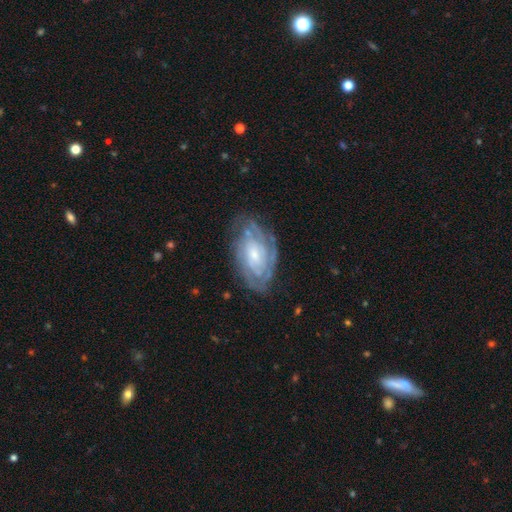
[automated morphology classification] Smooth or featured: featured or disk — 78% (smooth — 14%)
Edge-on disk: no — 95% (yes — 5%)
Bar: no — 67% (weak — 27%)
Spiral arms: yes — 91% (no — 9%)
Spiral winding: tight — 72% (medium — 23%)
Spiral arm count: can't tell — 46% (2 — 18%)
Bulge size: small — 53% (moderate — 37%)
Merging: none — 74% (minor disturbance — 18%)